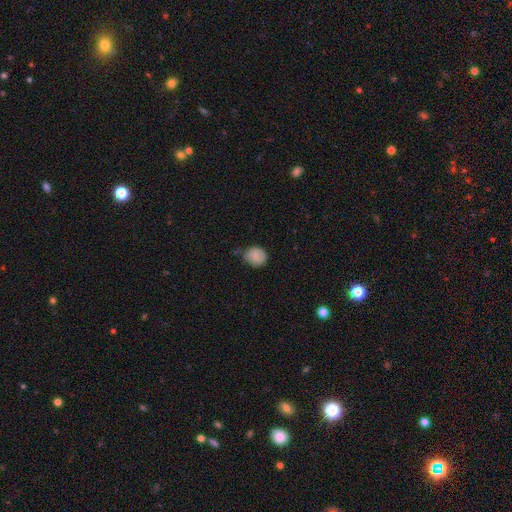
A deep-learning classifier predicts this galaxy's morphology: Smooth or featured? smooth (84%)
How rounded? round (70%)
Merging? none (59%)